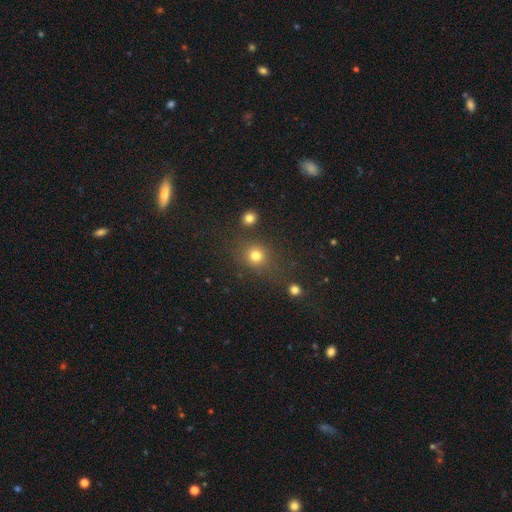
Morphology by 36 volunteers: smooth 86%, featured or disk 8%, star or artifact 6%. Down the decision tree: how rounded — round (81%); merging — none (71%).